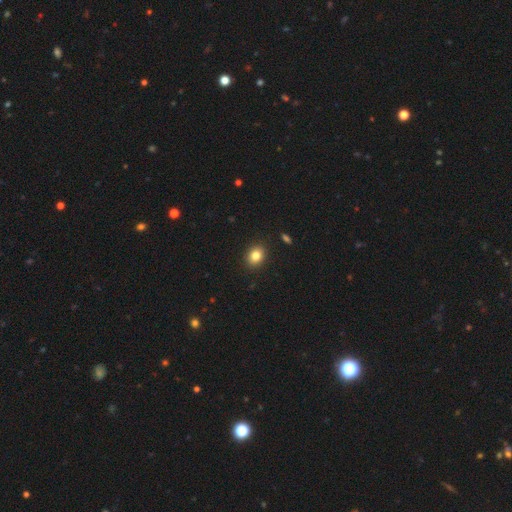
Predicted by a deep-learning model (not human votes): A smooth galaxy with no disk features (83%) that is in between round and cigar-shaped (51%). Merging: none (90%).